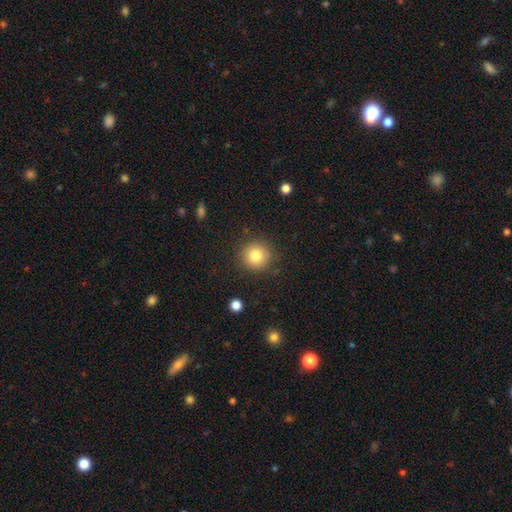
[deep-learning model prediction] smooth-or-featured: smooth: 82% | star or artifact: 10% | featured or disk: 7%
  how-rounded: round: 93% | in between: 6% | cigar-shaped: 1%
  merging: none: 87% | minor disturbance: 8% | major disturbance: 3% | merger: 2%